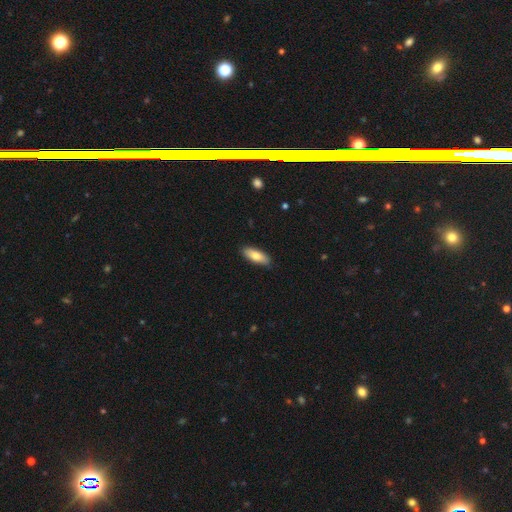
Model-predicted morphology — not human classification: This appears to be a smooth galaxy with no disk features (78%) that is in between round and cigar-shaped (69%). Merging: none (88%).